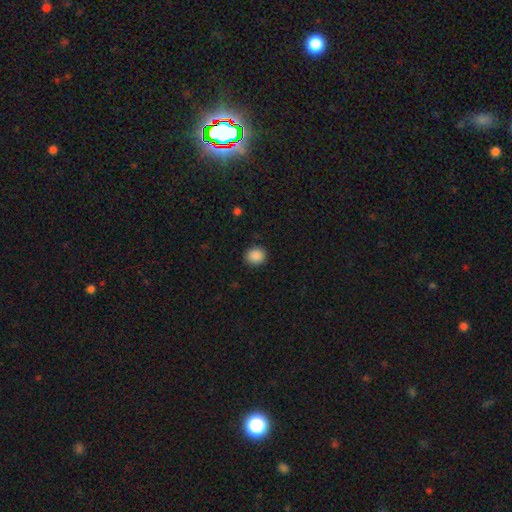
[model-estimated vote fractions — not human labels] Smooth or featured? Predicted: smooth (p=0.89). How rounded? Predicted: round (p=0.82). Merging? Predicted: none (p=0.90).